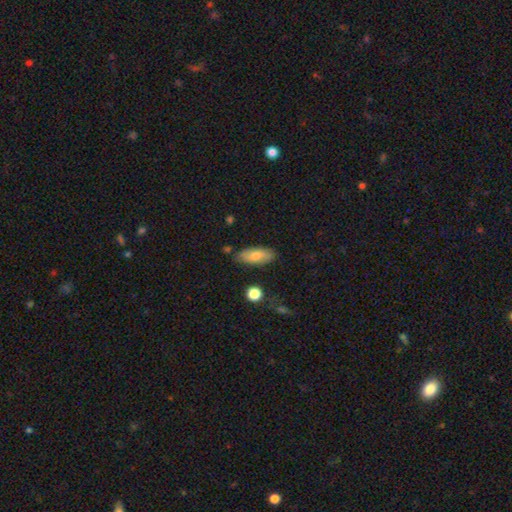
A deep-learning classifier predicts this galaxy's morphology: This appears to be a smooth galaxy with no disk features (71%) that is in between round and cigar-shaped (80%). Merging: none (81%).